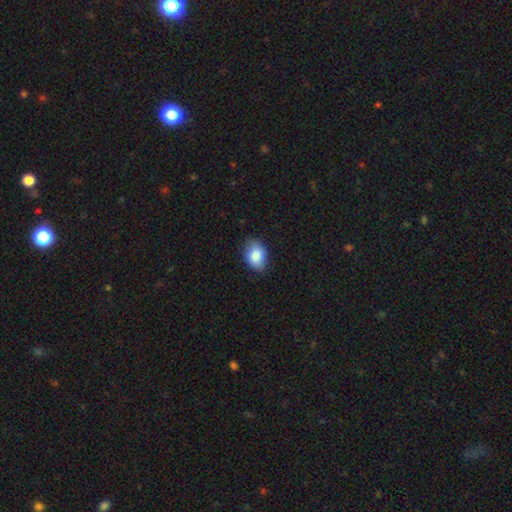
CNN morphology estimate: A smooth galaxy with no disk features (86%) that is in between round and cigar-shaped (82%). Merging: none (82%).